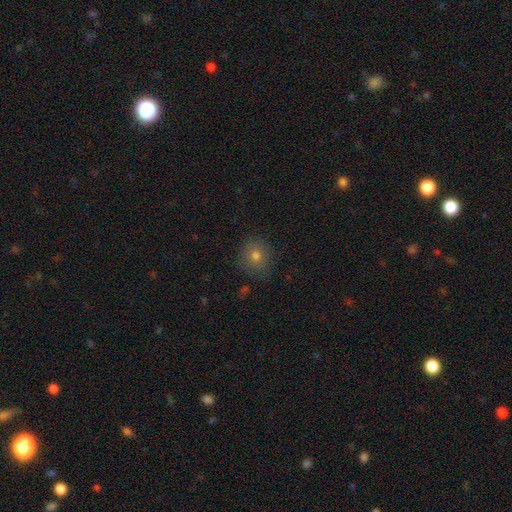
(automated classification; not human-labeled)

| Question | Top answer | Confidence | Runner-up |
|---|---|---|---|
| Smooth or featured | smooth | 72% | star or artifact (17%) |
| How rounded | round | 91% | in between (8%) |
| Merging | none | 85% | minor disturbance (11%) |